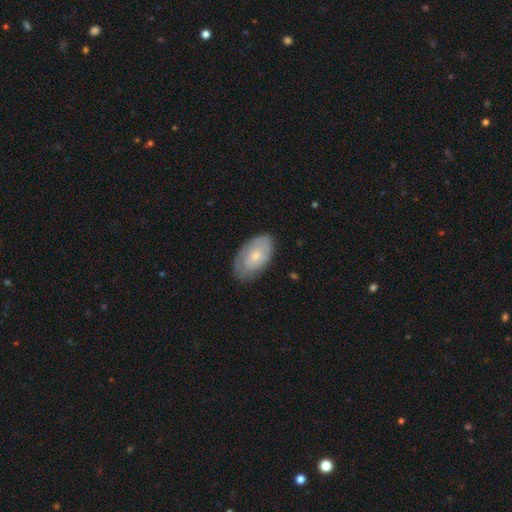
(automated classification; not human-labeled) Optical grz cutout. It shows a smooth galaxy with no disk features (54%) that is in between round and cigar-shaped (93%). Merging: none (73%).